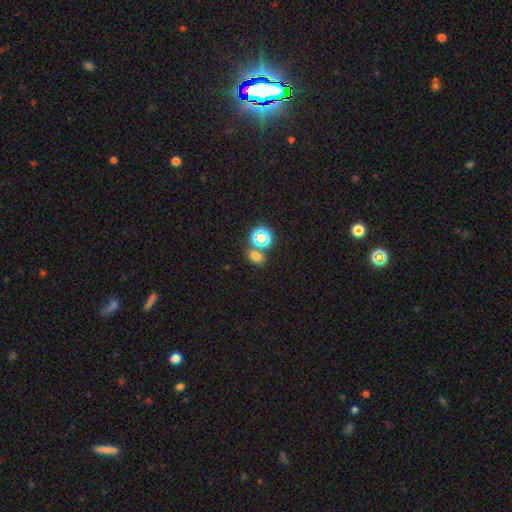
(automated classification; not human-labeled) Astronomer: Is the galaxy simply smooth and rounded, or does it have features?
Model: smooth — 62%.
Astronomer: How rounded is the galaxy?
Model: in between — 64%.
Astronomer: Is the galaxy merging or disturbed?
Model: none — 69%.